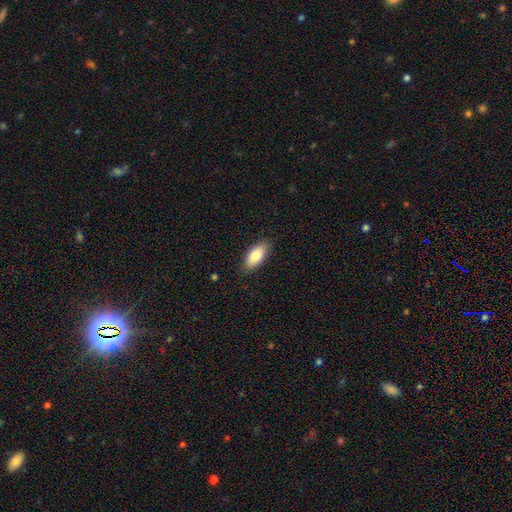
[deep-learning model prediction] Smooth or featured? smooth (83%)
How rounded? in between (89%)
Merging? none (86%)